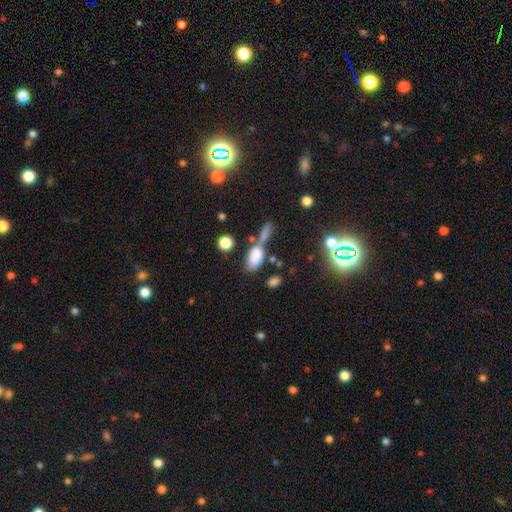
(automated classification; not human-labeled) Overall: smooth (80%). How rounded: in between (85%). Merging: none (43%; merger 36%).